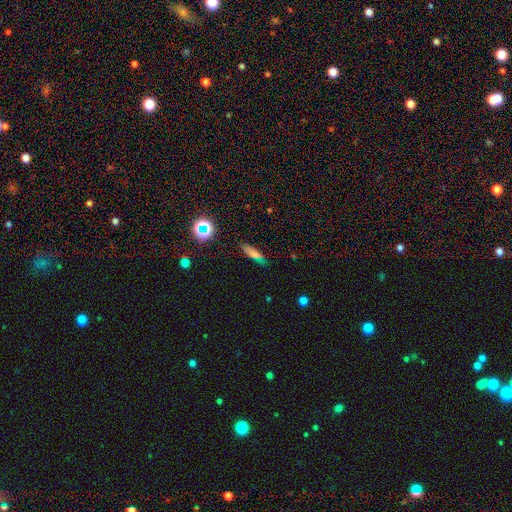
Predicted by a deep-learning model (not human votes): Q: Smooth or featured?
A: smooth (69%); runner-up: star or artifact (16%)
Q: How rounded?
A: cigar-shaped (64%); runner-up: in between (31%)
Q: Merging?
A: none (77%); runner-up: minor disturbance (16%)